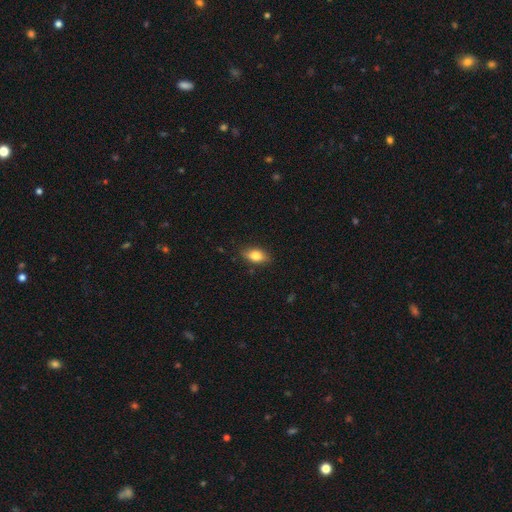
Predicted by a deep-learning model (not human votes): Smooth or featured? Predicted: smooth (p=0.81). How rounded? Predicted: in between (p=0.87). Merging? Predicted: none (p=0.84).